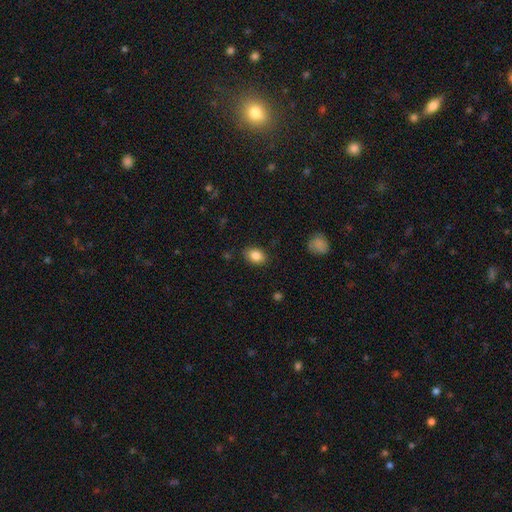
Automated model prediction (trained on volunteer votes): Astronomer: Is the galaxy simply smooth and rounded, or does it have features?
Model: smooth — 85%.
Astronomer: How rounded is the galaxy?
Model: in between — 78%.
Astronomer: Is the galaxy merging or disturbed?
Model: none — 85%.